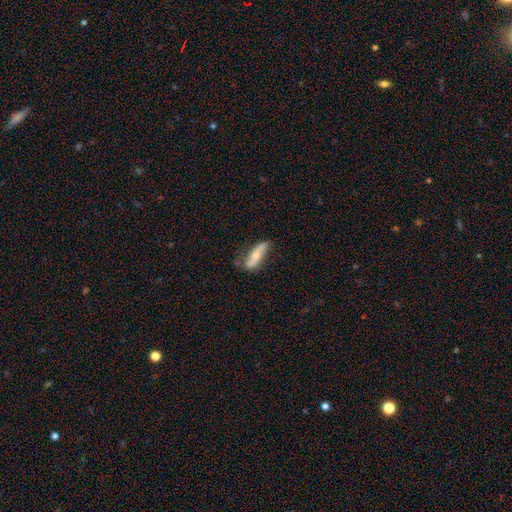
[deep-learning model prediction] This appears to be a featured or disk galaxy (50%). Merging: none (61%).